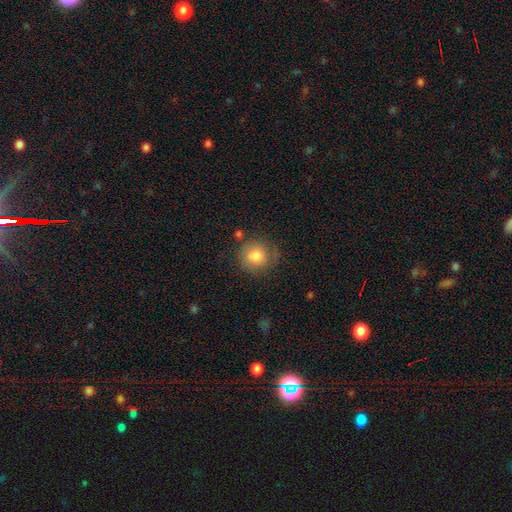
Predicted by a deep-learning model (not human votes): smooth-or-featured: smooth: 79% | featured or disk: 12% | star or artifact: 9%
  how-rounded: round: 87% | in between: 12% | cigar-shaped: 1%
  merging: none: 70% | minor disturbance: 19% | major disturbance: 7% | merger: 3%